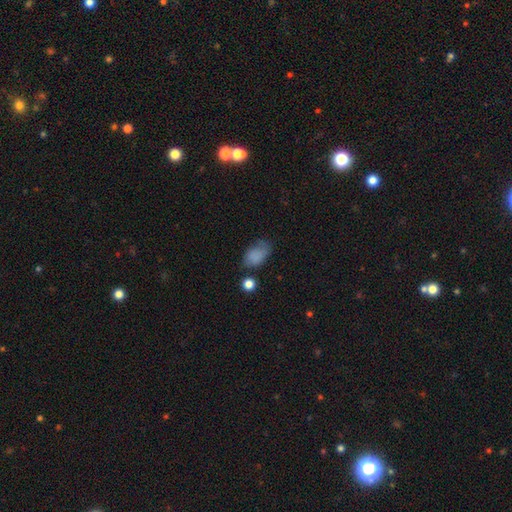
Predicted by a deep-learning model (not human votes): Smooth or featured? smooth (81%)
How rounded? in between (86%)
Merging? none (50%)